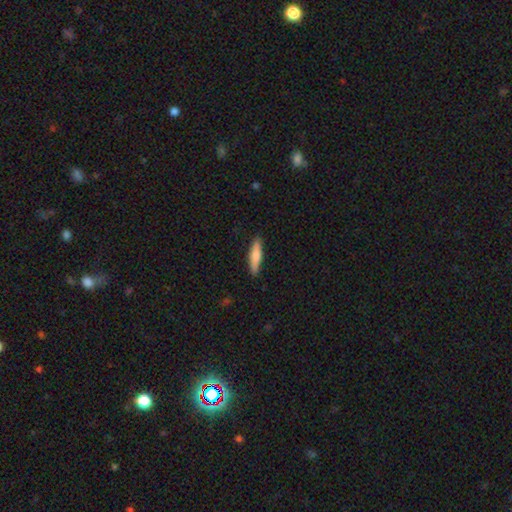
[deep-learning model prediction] A smooth galaxy with no disk features (72%) that is cigar-shaped (78%).

Vote fractions:
- Smooth or featured? smooth: 72% / featured or disk: 23% / star or artifact: 5%
- How rounded? cigar-shaped: 78% / in between: 21% / round: 2%
- Merging? none: 88% / minor disturbance: 9% / major disturbance: 2% / merger: 1%